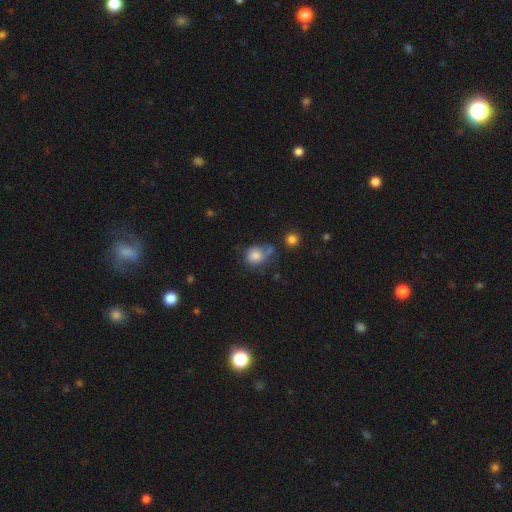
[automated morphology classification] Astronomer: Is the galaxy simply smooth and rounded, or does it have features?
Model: smooth — 75%.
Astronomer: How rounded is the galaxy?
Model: round — 63%.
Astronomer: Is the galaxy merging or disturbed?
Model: none — 43% (runner-up: minor disturbance, 28%).